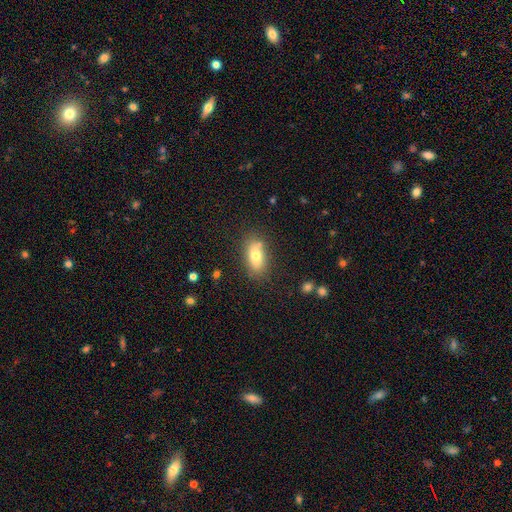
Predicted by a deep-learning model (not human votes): Morphology: type=smooth (73%); roundness=in between (85%); merging=none (78%).